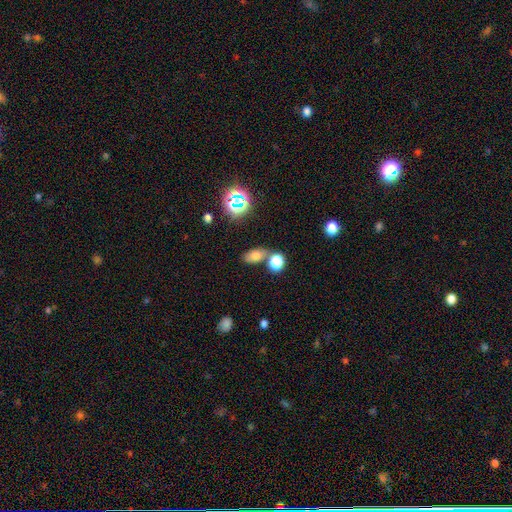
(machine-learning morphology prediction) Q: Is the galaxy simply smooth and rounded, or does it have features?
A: smooth — 70%.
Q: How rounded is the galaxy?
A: in between — 84%.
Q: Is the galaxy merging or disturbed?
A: none — 67%.